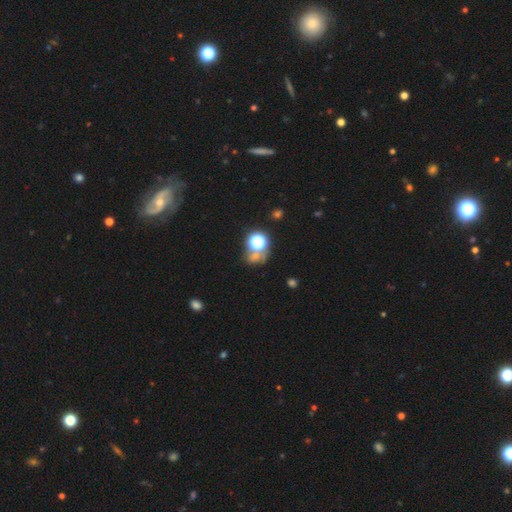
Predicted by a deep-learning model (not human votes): The model was most divided on "smooth or featured": star or artifact: 52%, smooth: 35%, featured or disk: 13%.